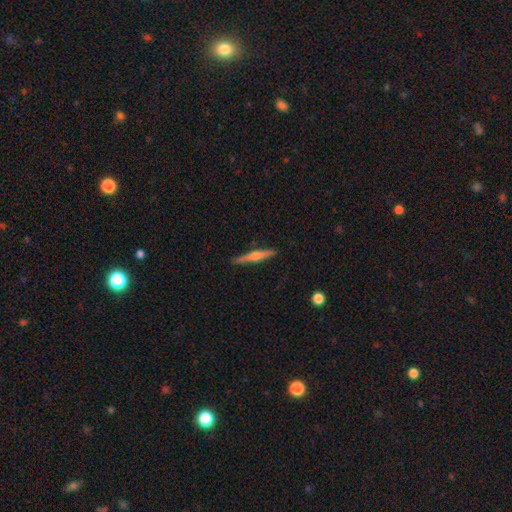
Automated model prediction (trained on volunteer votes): Overall: featured or disk (72%). Edge-on disk: yes (98%). Edge-on bulge: rounded (88%). Merging: none (91%).